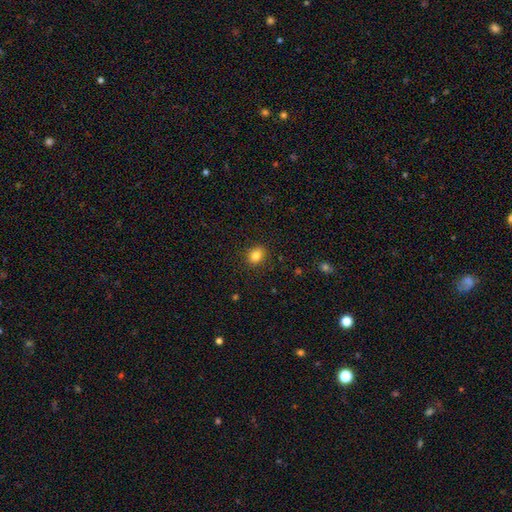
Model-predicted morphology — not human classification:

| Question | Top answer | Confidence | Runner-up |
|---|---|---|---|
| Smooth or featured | smooth | 84% | star or artifact (11%) |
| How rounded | round | 51% | in between (48%) |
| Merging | none | 86% | minor disturbance (10%) |